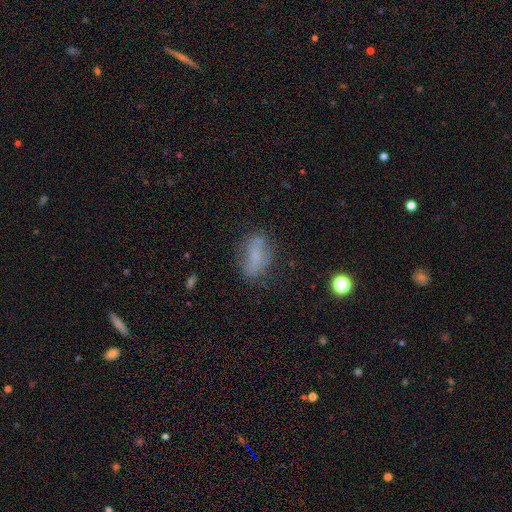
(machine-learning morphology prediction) A smooth galaxy with no disk features (62%) that is in between round and cigar-shaped (81%).

Vote fractions:
- Smooth or featured? smooth: 62% / featured or disk: 25% / star or artifact: 12%
- How rounded? in between: 81% / cigar-shaped: 10% / round: 9%
- Merging? none: 61% / minor disturbance: 22% / major disturbance: 11% / merger: 6%